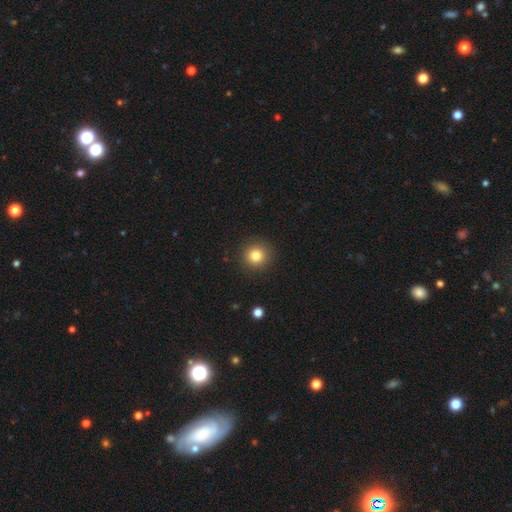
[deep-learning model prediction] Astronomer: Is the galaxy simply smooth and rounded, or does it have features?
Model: smooth — 82%.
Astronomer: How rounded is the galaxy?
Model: round — 94%.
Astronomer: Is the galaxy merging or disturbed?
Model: none — 91%.